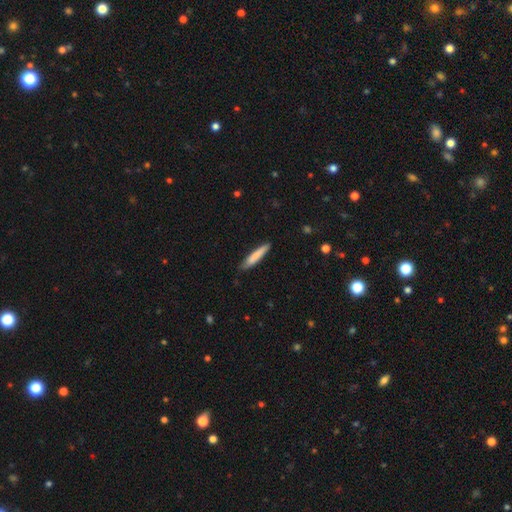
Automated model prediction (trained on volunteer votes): This is likely a smooth galaxy (79%). How rounded: clearly cigar-shaped (90%). Merging: likely none (80%).